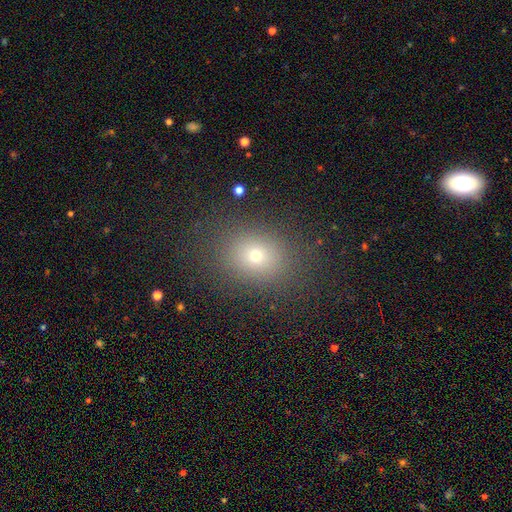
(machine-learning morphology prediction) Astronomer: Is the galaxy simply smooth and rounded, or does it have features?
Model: smooth — 68%.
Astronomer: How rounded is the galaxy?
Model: round — 55% (runner-up: in between, 43%).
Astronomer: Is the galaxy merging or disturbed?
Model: none — 84%.